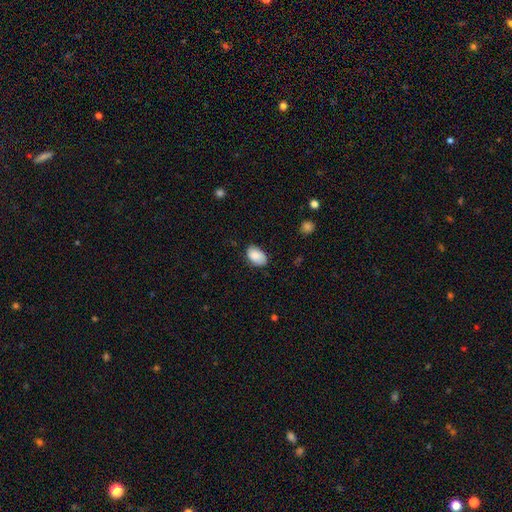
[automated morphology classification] This is clearly a smooth galaxy (85%). How rounded: clearly in between (92%). Merging: likely none (74%).